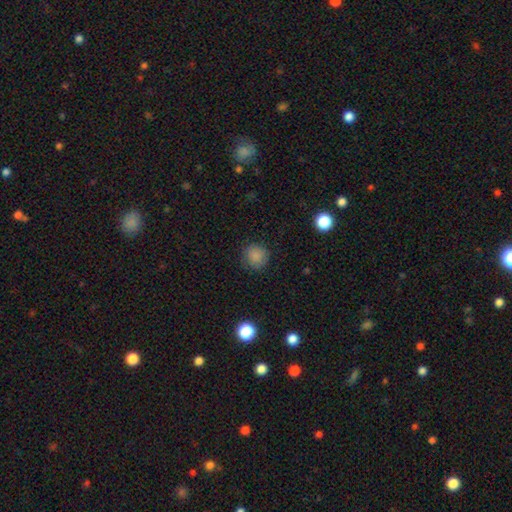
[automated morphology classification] smooth 84%, star or artifact 11%, featured or disk 5%. Down the decision tree: how rounded — round (91%); merging — none (82%).